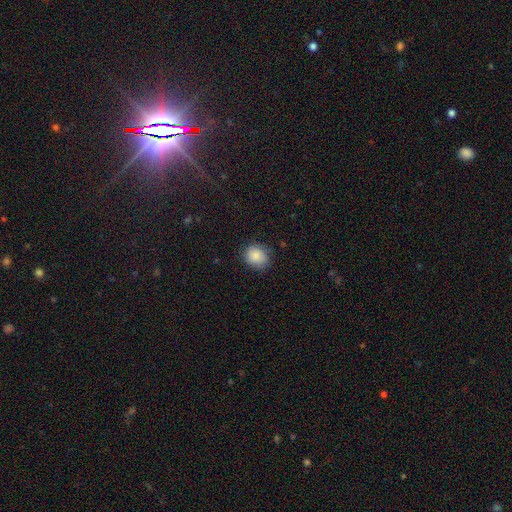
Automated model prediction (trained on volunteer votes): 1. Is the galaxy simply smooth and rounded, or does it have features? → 87% smooth, 8% star or artifact, 5% featured or disk.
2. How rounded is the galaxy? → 71% round, 28% in between, 1% cigar-shaped.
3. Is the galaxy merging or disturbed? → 80% none, 16% minor disturbance, 3% major disturbance, 1% merger.